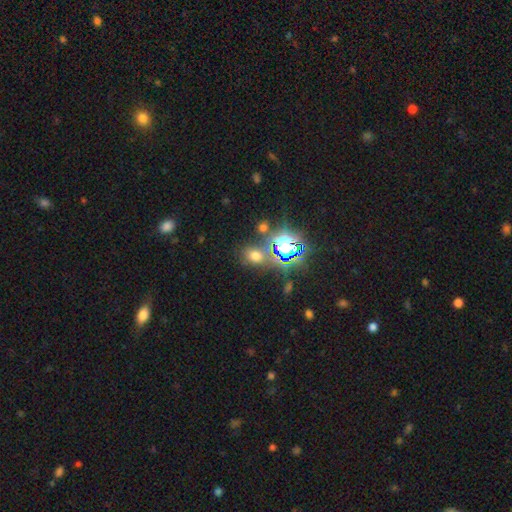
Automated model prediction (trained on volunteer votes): Smooth or featured: smooth — 52% (star or artifact — 40%)
How rounded: round — 52% (in between — 46%)
Merging: none — 73% (minor disturbance — 12%)